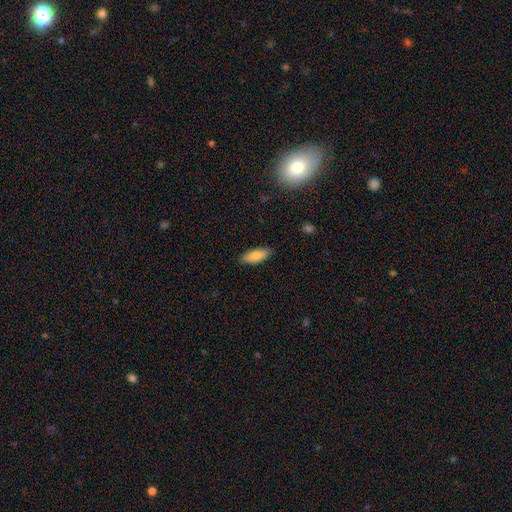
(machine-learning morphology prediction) A smooth galaxy with no disk features (83%) that is in between round and cigar-shaped (77%).

Vote fractions:
- Smooth or featured? smooth: 83% / featured or disk: 11% / star or artifact: 6%
- How rounded? in between: 77% / cigar-shaped: 21% / round: 2%
- Merging? none: 87% / minor disturbance: 10% / major disturbance: 2% / merger: 1%